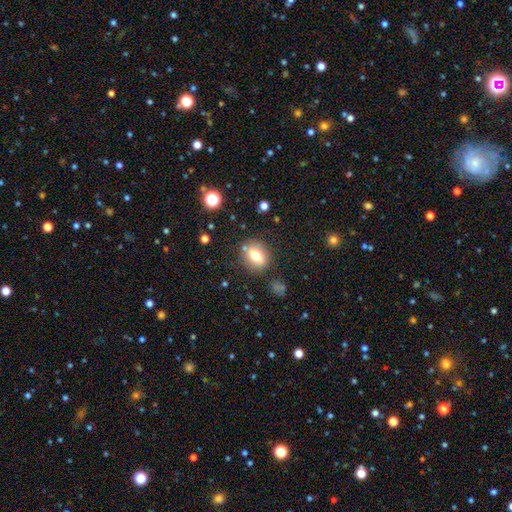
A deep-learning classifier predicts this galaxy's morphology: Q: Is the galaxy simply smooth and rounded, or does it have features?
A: smooth — 72%.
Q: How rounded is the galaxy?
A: round — 56%.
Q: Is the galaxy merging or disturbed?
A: none — 78%.